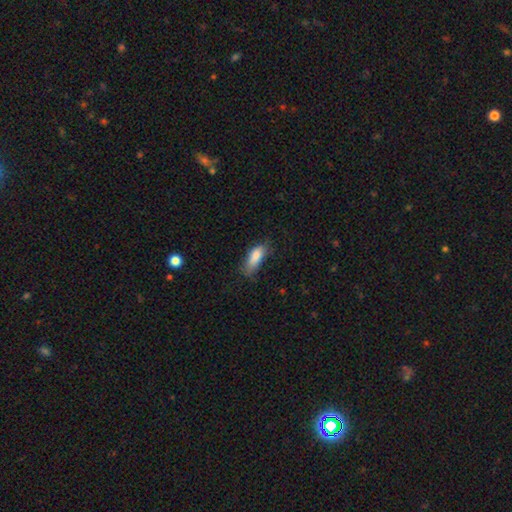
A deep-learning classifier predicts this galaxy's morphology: smooth 82%, featured or disk 10%, star or artifact 7%. Down the decision tree: how rounded — in between (77%); merging — none (54%).